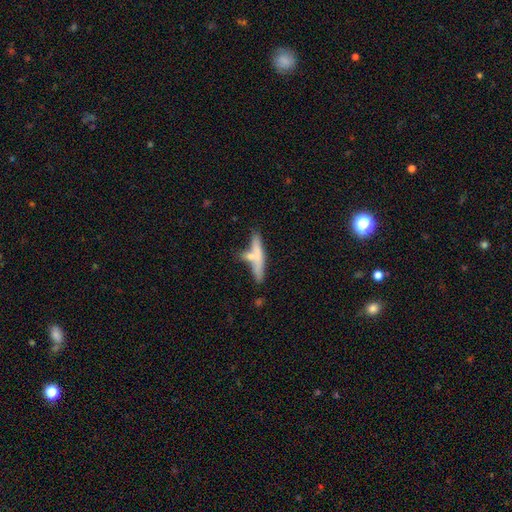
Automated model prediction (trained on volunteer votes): This appears to be a smooth galaxy with no disk features (61%) that is cigar-shaped (85%). Merging: none (52%).